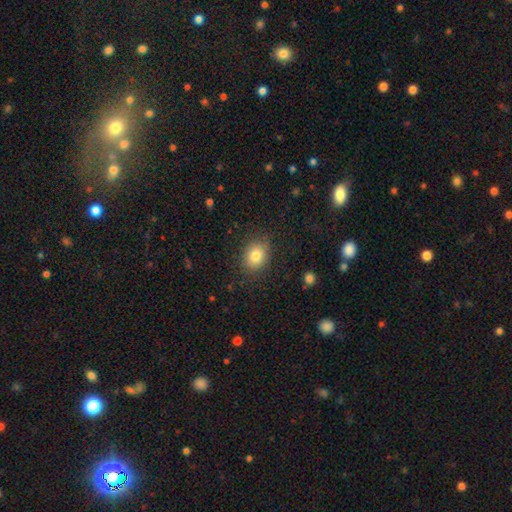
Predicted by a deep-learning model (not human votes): Smooth or featured: smooth — 81% (star or artifact — 10%)
How rounded: in between — 55% (round — 44%)
Merging: none — 83% (minor disturbance — 12%)